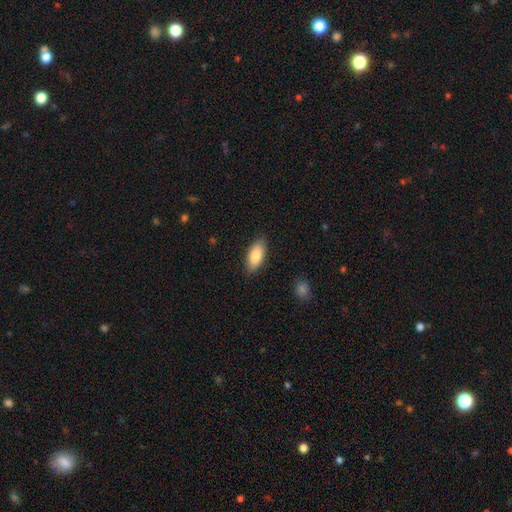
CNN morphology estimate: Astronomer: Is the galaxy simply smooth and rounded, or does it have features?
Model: smooth — 85%.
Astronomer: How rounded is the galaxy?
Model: in between — 89%.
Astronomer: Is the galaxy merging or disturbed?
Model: none — 85%.